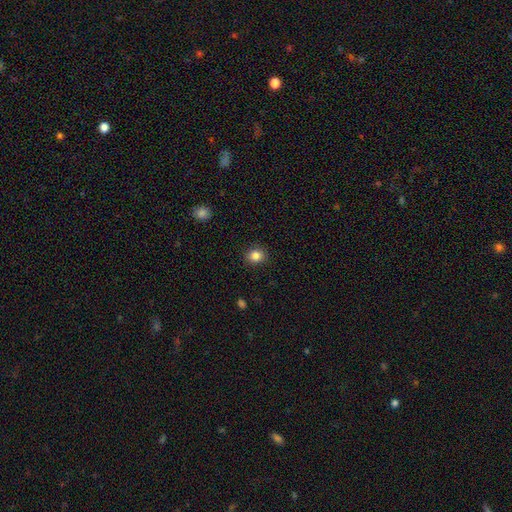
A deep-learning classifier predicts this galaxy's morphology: Q: Smooth or featured?
A: smooth (85%); runner-up: star or artifact (11%)
Q: How rounded?
A: round (72%); runner-up: in between (28%)
Q: Merging?
A: none (90%); runner-up: minor disturbance (7%)